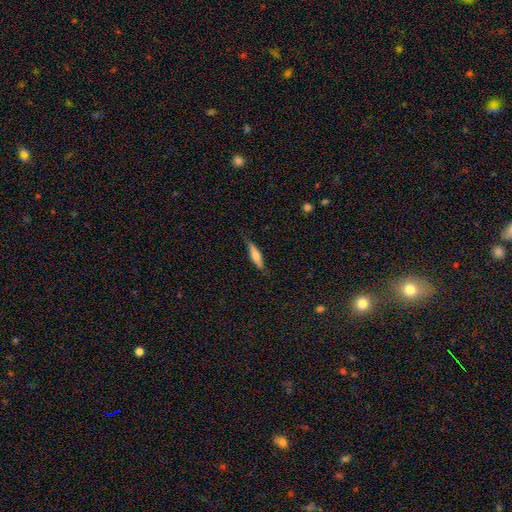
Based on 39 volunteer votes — smooth_or_featured: smooth (p=0.51) [alt: featured or disk p=0.41]
how_rounded: cigar-shaped (p=0.70) [alt: in between p=0.30]
merging: none (p=0.75) [alt: minor disturbance p=0.19]